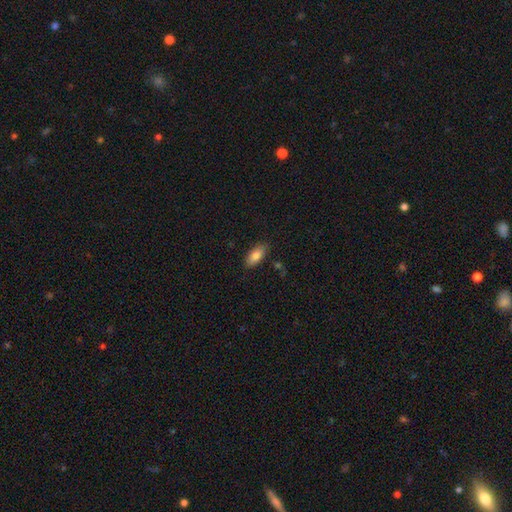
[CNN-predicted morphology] smooth-or-featured: smooth: 83% | featured or disk: 10% | star or artifact: 7%
  how-rounded: in between: 88% | cigar-shaped: 9% | round: 2%
  merging: none: 85% | minor disturbance: 11% | major disturbance: 2% | merger: 2%